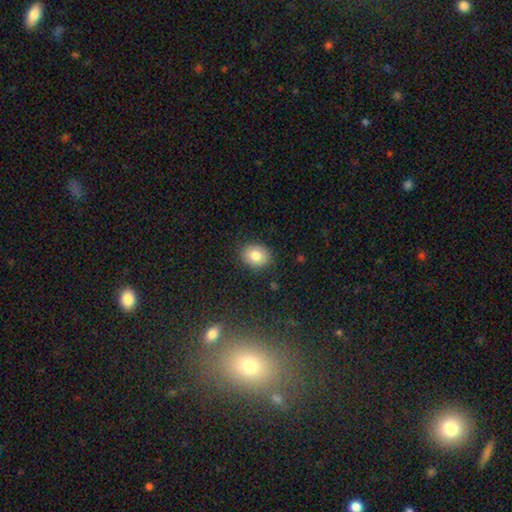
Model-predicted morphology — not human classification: This is clearly a smooth galaxy (82%). How rounded: possibly round (55%). Merging: clearly none (88%).